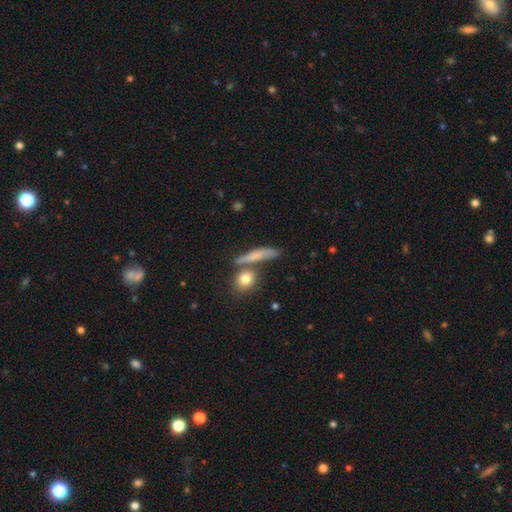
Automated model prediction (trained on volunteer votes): A smooth galaxy with no disk features (64%) that is cigar-shaped (71%). Merging: none (60%).